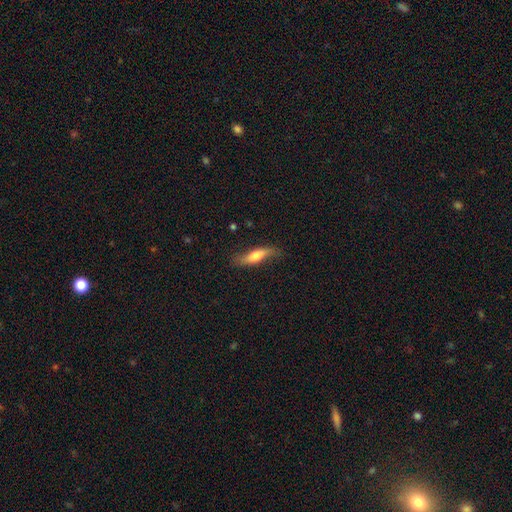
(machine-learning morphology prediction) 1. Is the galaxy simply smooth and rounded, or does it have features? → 53% smooth, 40% featured or disk, 7% star or artifact.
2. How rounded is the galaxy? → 61% cigar-shaped, 36% in between, 3% round.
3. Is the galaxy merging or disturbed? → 71% none, 22% minor disturbance, 6% major disturbance, 2% merger.